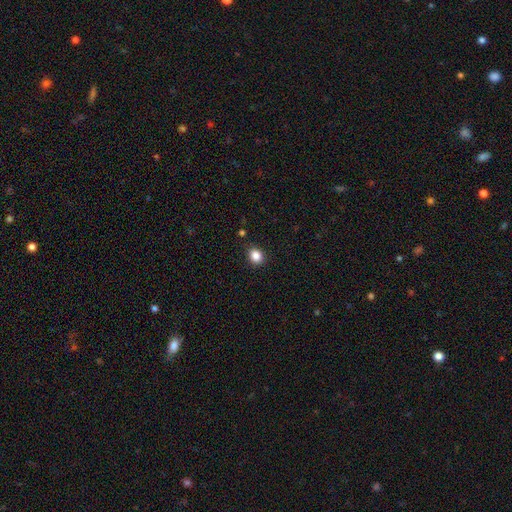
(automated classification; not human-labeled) smooth_or_featured: smooth (p=0.85) [alt: star or artifact p=0.11]
how_rounded: round (p=0.62) [alt: in between p=0.37]
merging: none (p=0.88) [alt: minor disturbance p=0.08]